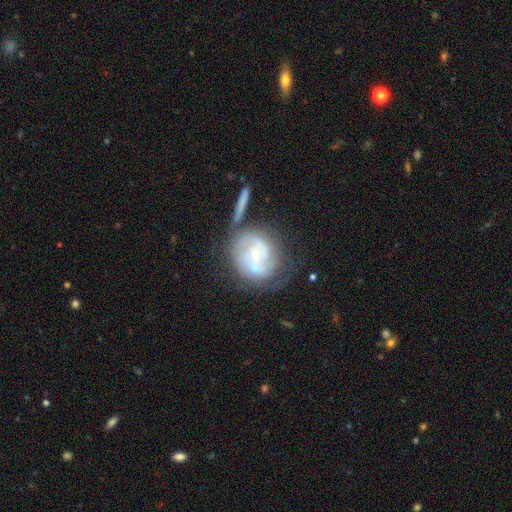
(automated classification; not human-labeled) smooth_or_featured: featured or disk (p=0.74) [alt: smooth p=0.18]
disk_edge_on: no (p=0.97) [alt: yes p=0.03]
bar: no (p=0.48) [alt: weak p=0.40]
has_spiral_arms: yes (p=0.84) [alt: no p=0.16]
spiral_winding: tight (p=0.46) [alt: medium p=0.39]
spiral_arm_count: 2 (p=0.43) [alt: can't tell p=0.31]
bulge_size: small (p=0.61) [alt: moderate p=0.22]
merging: none (p=0.48) [alt: minor disturbance p=0.19]